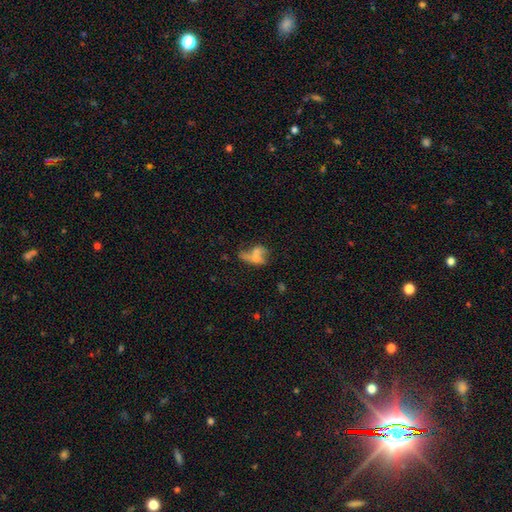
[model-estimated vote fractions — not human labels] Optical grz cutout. It shows a smooth galaxy with no disk features (53%) that is in between round and cigar-shaped (72%). Merging: merger (54%).